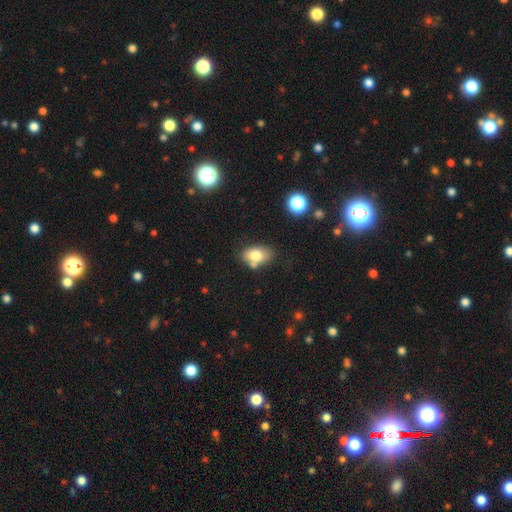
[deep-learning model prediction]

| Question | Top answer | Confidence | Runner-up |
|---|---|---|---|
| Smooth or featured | smooth | 77% | featured or disk (14%) |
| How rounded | in between | 85% | round (14%) |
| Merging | none | 65% | minor disturbance (16%) |